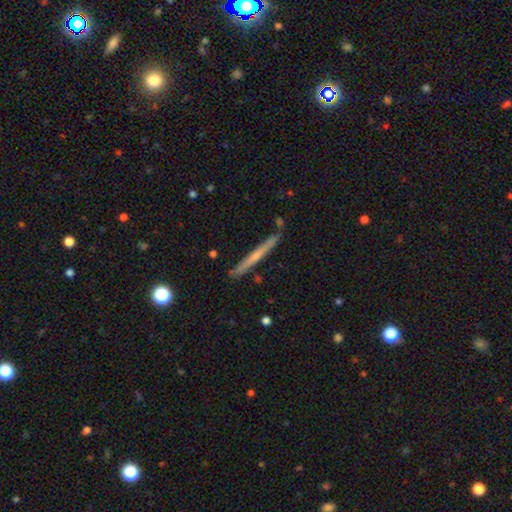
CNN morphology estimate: smooth-or-featured: featured or disk: 54% | smooth: 40% | star or artifact: 6%
  disk-edge-on: yes: 97% | no: 3%
    edge-on-bulge: none: 62% | rounded: 33% | boxy: 5%
  merging: none: 86% | minor disturbance: 9% | merger: 3% | major disturbance: 2%